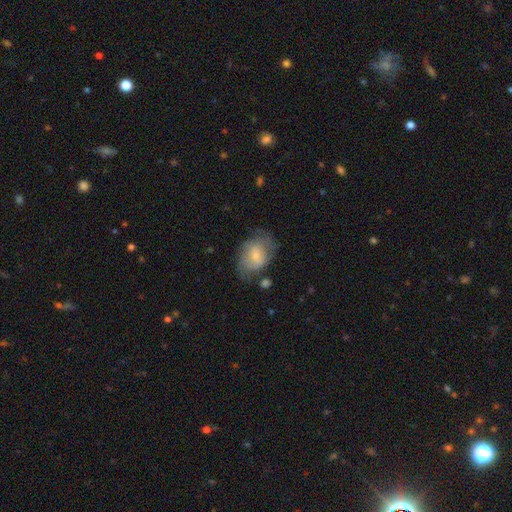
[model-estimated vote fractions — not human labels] smooth-or-featured: smooth: 59% | featured or disk: 34% | star or artifact: 7%
  how-rounded: in between: 72% | round: 27% | cigar-shaped: 1%
  merging: none: 50% | minor disturbance: 28% | major disturbance: 18% | merger: 4%